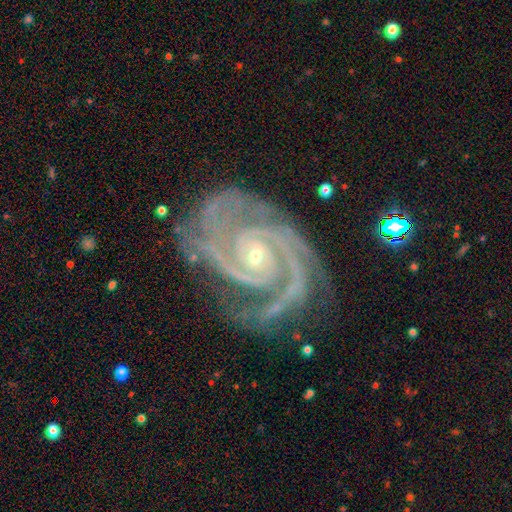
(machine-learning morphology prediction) This appears to be a featured or disk galaxy (93%) with no bar (61%), 2 (52%) tight (68%) spiral arms (99%) and a small central bulge (78%). Merging: none (72%).